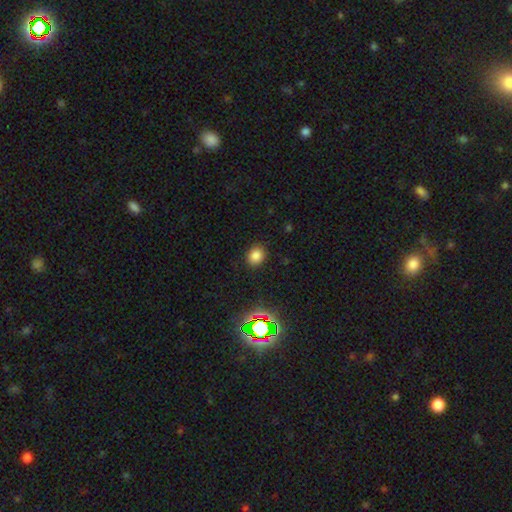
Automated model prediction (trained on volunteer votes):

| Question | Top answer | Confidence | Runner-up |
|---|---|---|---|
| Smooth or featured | smooth | 79% | star or artifact (16%) |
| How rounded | round | 63% | in between (36%) |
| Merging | none | 87% | minor disturbance (9%) |